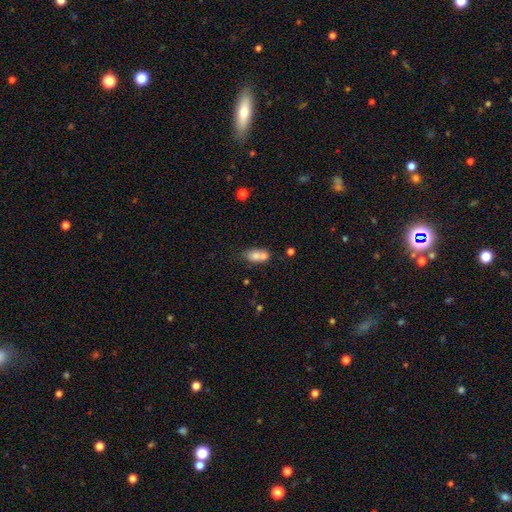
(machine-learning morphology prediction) type=smooth (70%); roundness=in between (66%); merging=merger (56%).